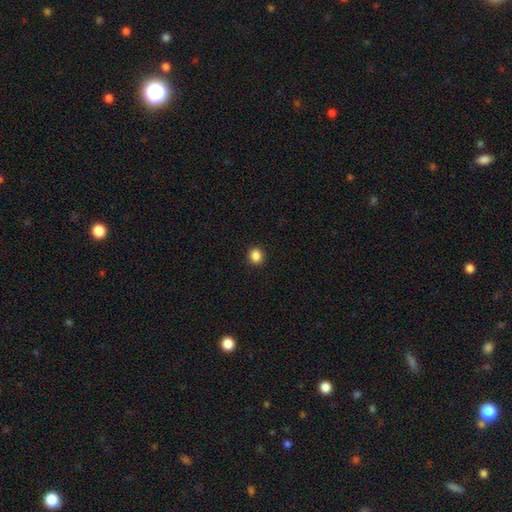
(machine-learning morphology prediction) smooth 87%, star or artifact 10%, featured or disk 3%. Down the decision tree: how rounded — round (78%); merging — none (92%).